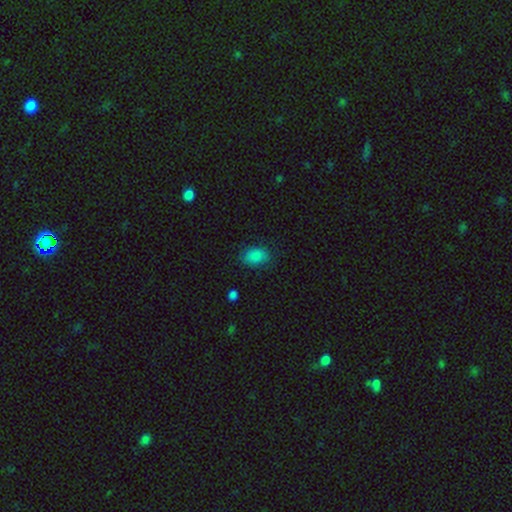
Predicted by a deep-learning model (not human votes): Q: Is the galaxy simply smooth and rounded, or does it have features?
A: smooth — 87%.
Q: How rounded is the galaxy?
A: in between — 80%.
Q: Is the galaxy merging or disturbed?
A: none — 80%.